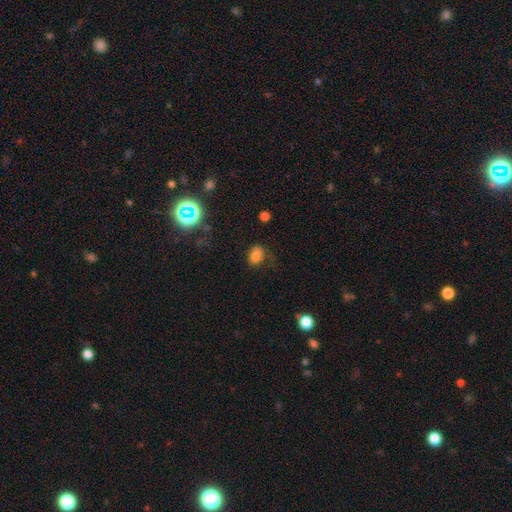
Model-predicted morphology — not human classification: The model was most divided on "merging": none: 52%, minor disturbance: 26%, major disturbance: 19%, merger: 3%. More confident: smooth or featured — smooth (75%); how rounded — in between (73%).